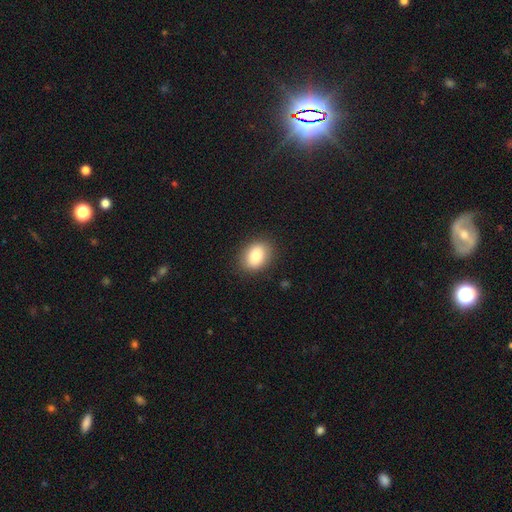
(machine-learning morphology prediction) Overall: smooth (84%). How rounded: in between (67%; round 32%). Merging: none (87%).